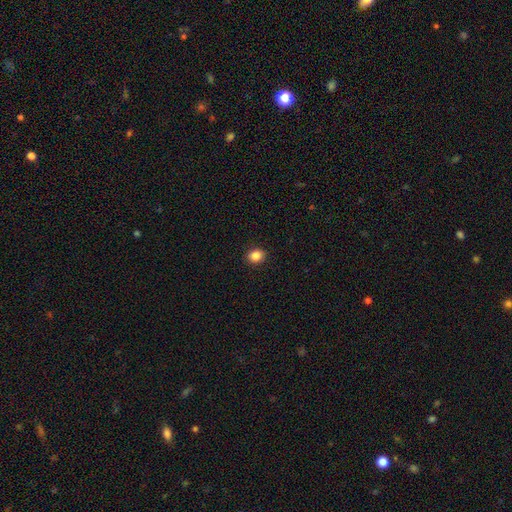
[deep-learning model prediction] Smooth or featured?
  - smooth: 86% *
  - star or artifact: 10%
  - featured or disk: 4%
How rounded?
  - round: 63% *
  - in between: 36%
  - cigar-shaped: 1%
Merging?
  - none: 91% *
  - minor disturbance: 6%
  - major disturbance: 2%
  - merger: 1%